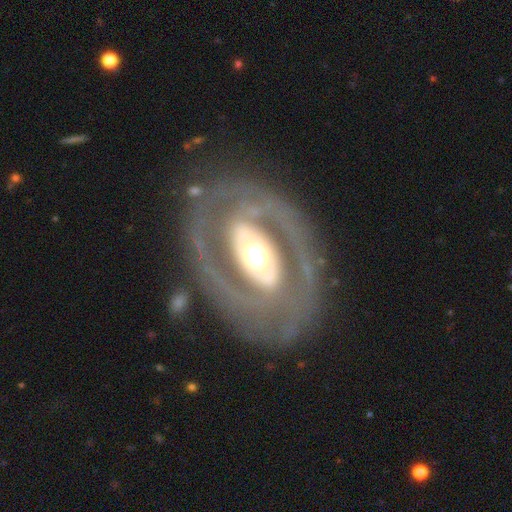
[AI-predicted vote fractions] featured or disk 84%, smooth 11%, star or artifact 5%. Down the decision tree: edge-on disk — no (95%); bar — no (43%); spiral arms — yes (72%); spiral arm count — 2 (76%); spiral winding — tight (49%); bulge size — moderate (58%); merging — none (76%).